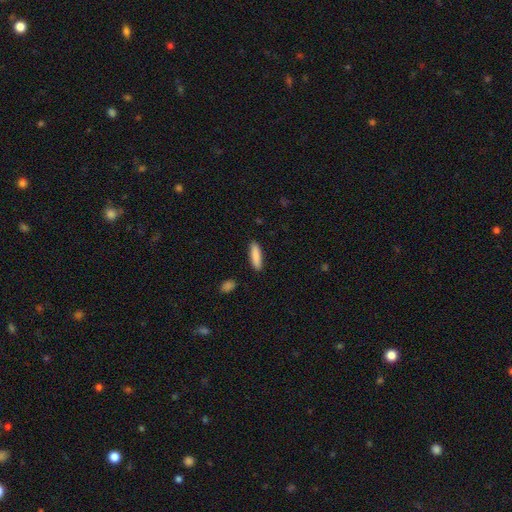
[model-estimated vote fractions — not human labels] A smooth galaxy with no disk features (87%) that is cigar-shaped (68%). Merging: none (89%).